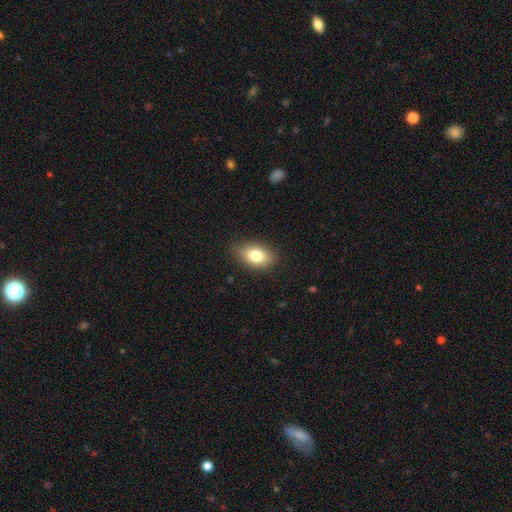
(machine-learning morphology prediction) A smooth galaxy with no disk features (79%) that is in between round and cigar-shaped (86%). Merging: none (84%).